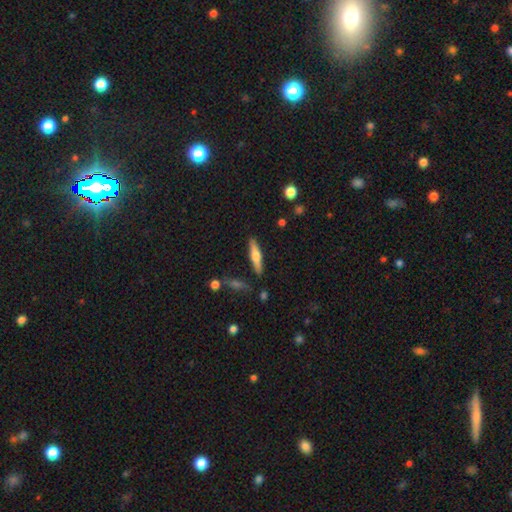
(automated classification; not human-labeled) smooth-or-featured: smooth: 51% | featured or disk: 43% | star or artifact: 6%
  how-rounded: cigar-shaped: 80% | in between: 18% | round: 2%
  merging: none: 86% | minor disturbance: 9% | merger: 3% | major disturbance: 2%